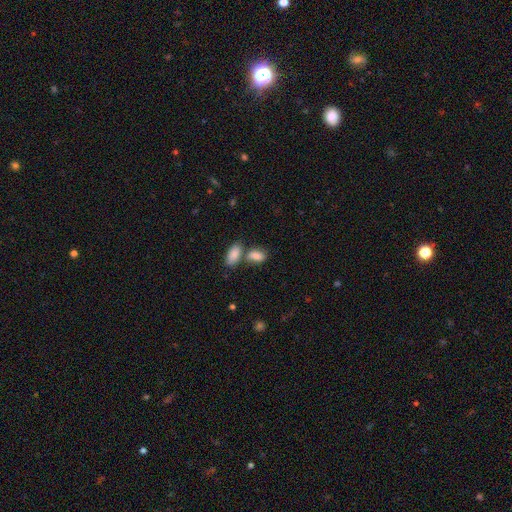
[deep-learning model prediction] smooth-or-featured: smooth: 85% | featured or disk: 7% | star or artifact: 7%
  how-rounded: in between: 90% | round: 7% | cigar-shaped: 3%
  merging: none: 43% | merger: 42% | minor disturbance: 11% | major disturbance: 4%